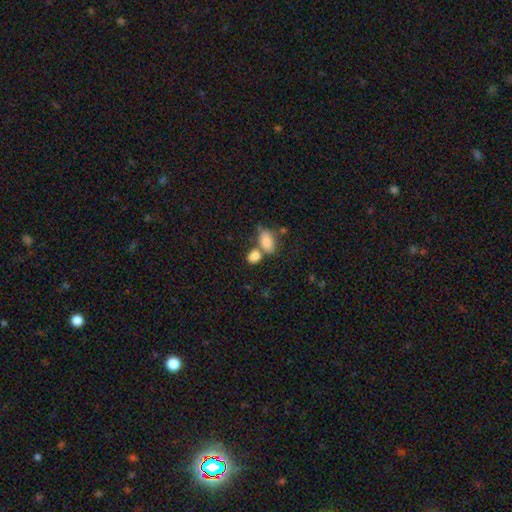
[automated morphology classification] Smooth or featured: smooth — 82% (featured or disk — 9%)
How rounded: in between — 76% (round — 21%)
Merging: merger — 45% (none — 39%)